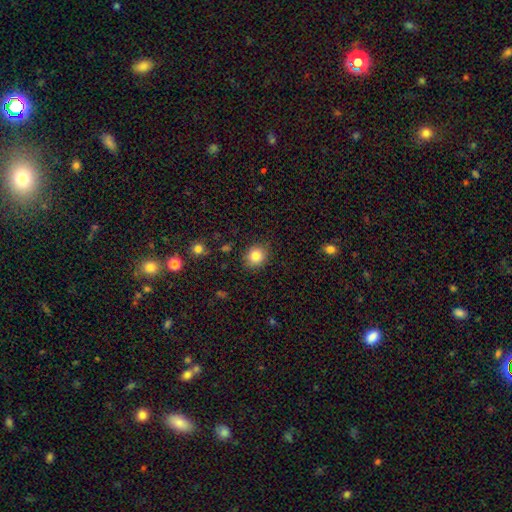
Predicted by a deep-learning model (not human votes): Smooth or featured? Predicted: smooth (p=0.83). How rounded? Predicted: round (p=0.73). Merging? Predicted: none (p=0.87).